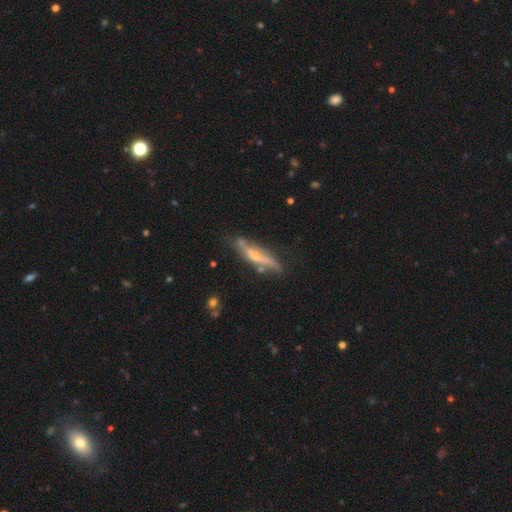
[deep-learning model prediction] Smooth or featured? featured or disk (72%)
Edge-on disk? yes (82%)
Edge-on bulge? rounded (77%)
Merging? none (66%)